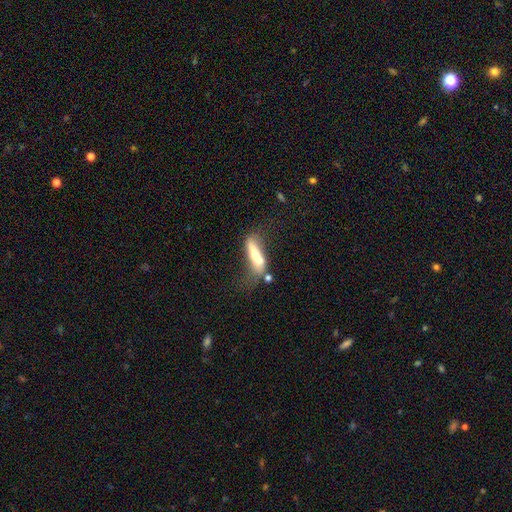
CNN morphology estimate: smooth-or-featured: featured or disk: 47% | smooth: 46% | star or artifact: 7%
  merging: none: 32% | merger: 29% | minor disturbance: 20% | major disturbance: 19%